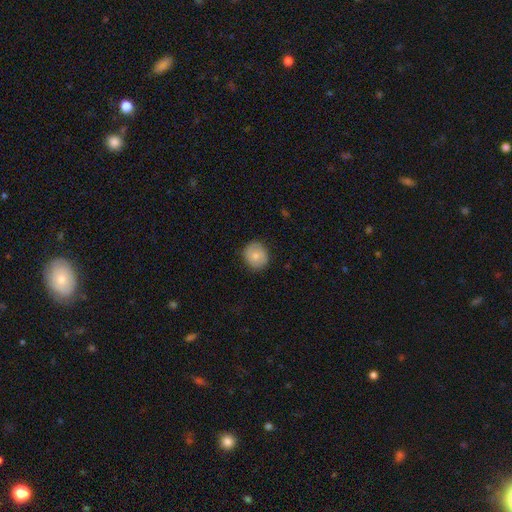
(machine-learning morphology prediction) Q: Smooth or featured?
A: smooth (75%); runner-up: featured or disk (17%)
Q: How rounded?
A: round (82%); runner-up: in between (17%)
Q: Merging?
A: none (84%); runner-up: minor disturbance (12%)